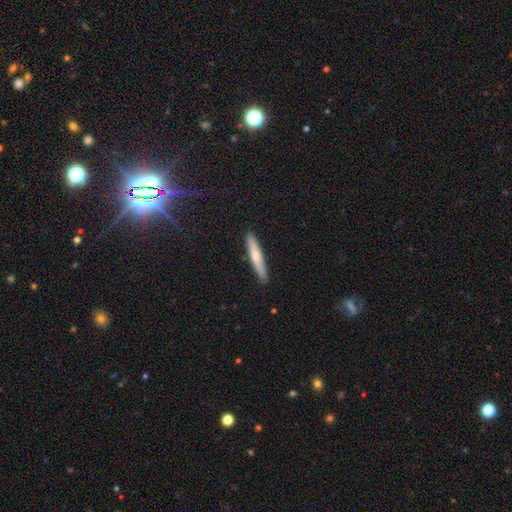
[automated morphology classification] Overall: smooth (63%; featured or disk 31%). How rounded: cigar-shaped (93%). Merging: none (90%).